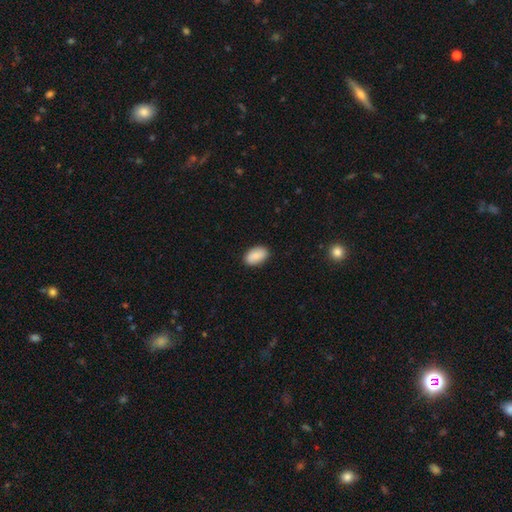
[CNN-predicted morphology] This appears to be a smooth galaxy with no disk features (89%) that is in between round and cigar-shaped (93%). Merging: none (88%).